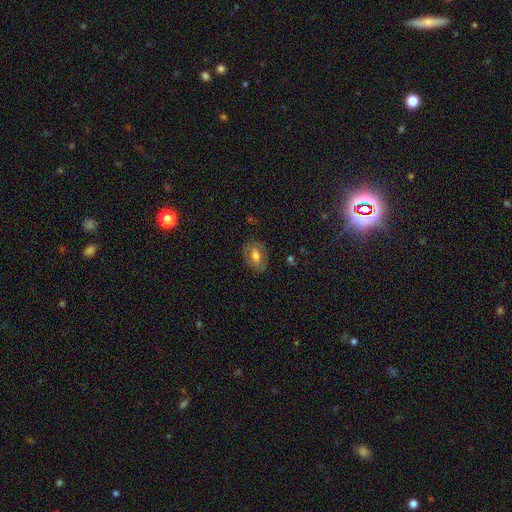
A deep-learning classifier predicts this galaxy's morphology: Smooth or featured? Predicted: smooth (p=0.57). How rounded? Predicted: in between (p=0.75). Merging? Predicted: none (p=0.79).